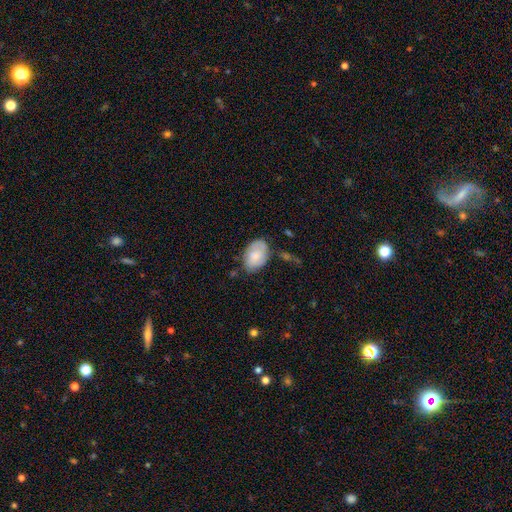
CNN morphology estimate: Q: Smooth or featured?
A: smooth (67%); runner-up: featured or disk (27%)
Q: How rounded?
A: in between (87%); runner-up: round (12%)
Q: Merging?
A: none (63%); runner-up: minor disturbance (26%)